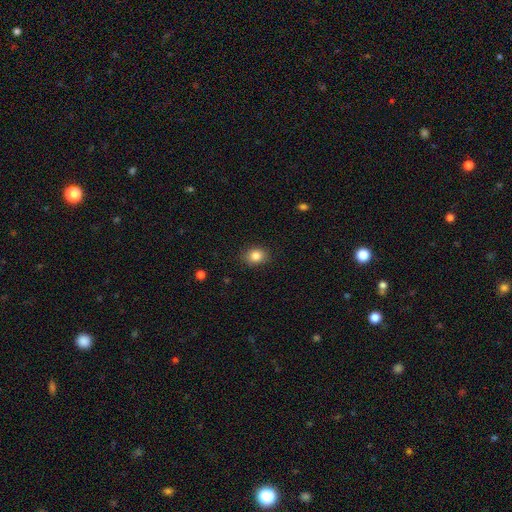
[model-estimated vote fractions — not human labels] Smooth or featured?
  - smooth: 84% *
  - star or artifact: 10%
  - featured or disk: 6%
How rounded?
  - round: 53% *
  - in between: 46%
  - cigar-shaped: 1%
Merging?
  - none: 87% *
  - minor disturbance: 10%
  - major disturbance: 2%
  - merger: 1%